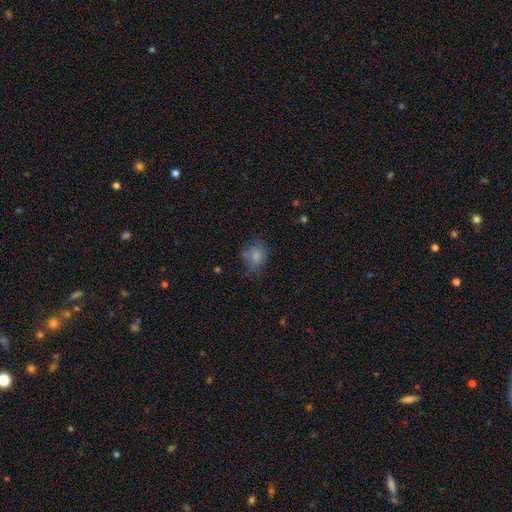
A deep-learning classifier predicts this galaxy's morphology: Smooth or featured? Predicted: smooth (p=0.78). How rounded? Predicted: round (p=0.53). Merging? Predicted: none (p=0.58).